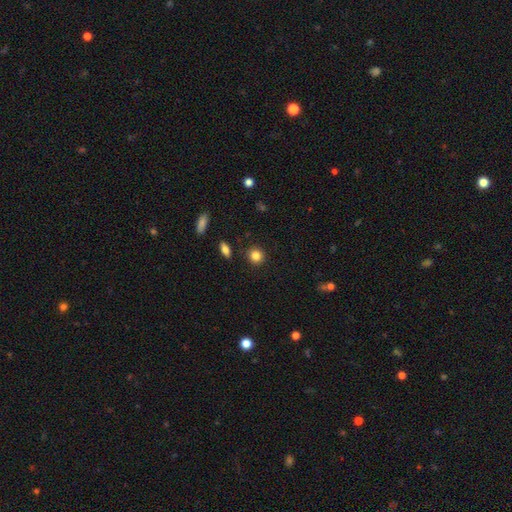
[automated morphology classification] type=smooth (84%); roundness=round (88%); merging=none (90%).